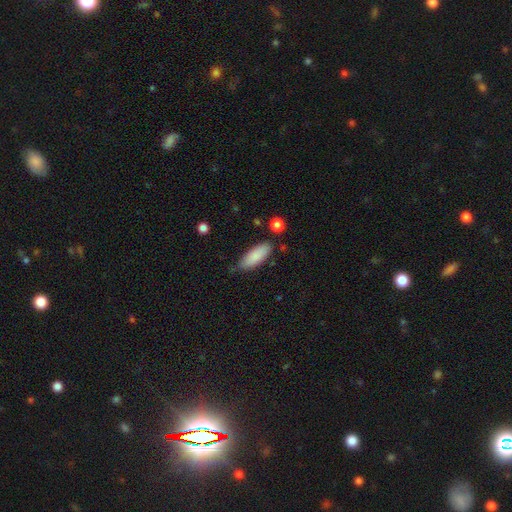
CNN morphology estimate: This appears to be a smooth galaxy with no disk features (87%) that is in between round and cigar-shaped (70%). Merging: none (75%).